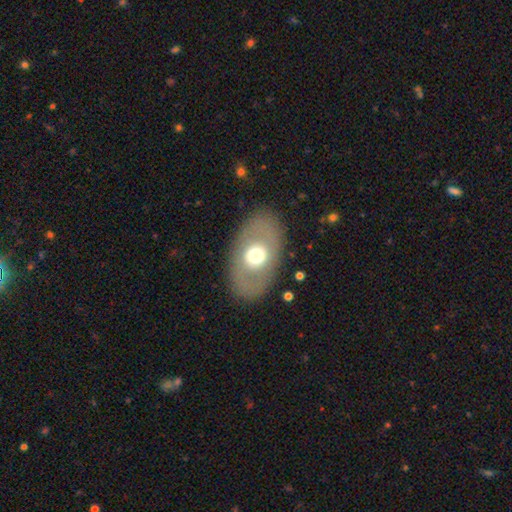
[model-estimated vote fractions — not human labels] smooth-or-featured: smooth: 52% | featured or disk: 41% | star or artifact: 7%
  how-rounded: in between: 83% | round: 16% | cigar-shaped: 1%
  merging: none: 84% | minor disturbance: 10% | major disturbance: 5% | merger: 1%